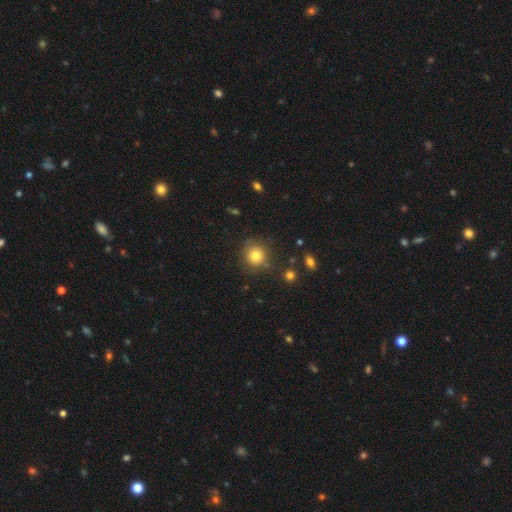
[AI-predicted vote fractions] Q: Smooth or featured?
A: smooth (79%); runner-up: star or artifact (12%)
Q: How rounded?
A: round (88%); runner-up: in between (11%)
Q: Merging?
A: none (79%); runner-up: minor disturbance (13%)